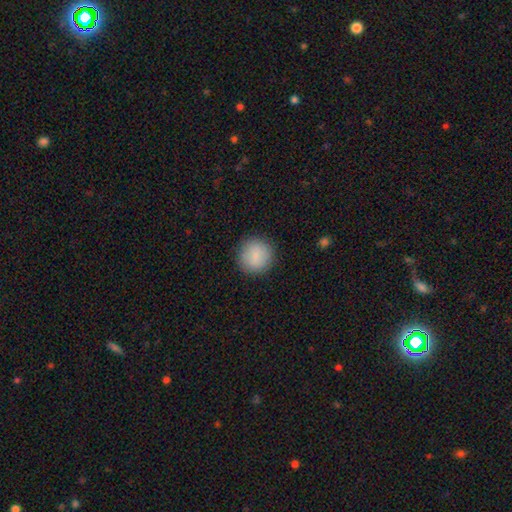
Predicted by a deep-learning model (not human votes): smooth-or-featured: smooth: 87% | star or artifact: 7% | featured or disk: 6%
  how-rounded: round: 93% | in between: 6% | cigar-shaped: 1%
  merging: none: 89% | minor disturbance: 7% | major disturbance: 2% | merger: 1%